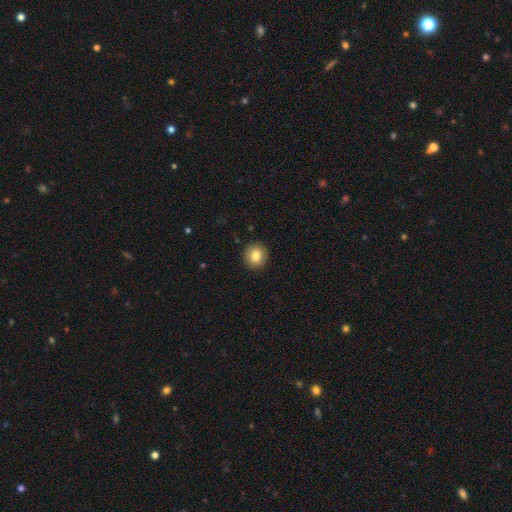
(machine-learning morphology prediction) This appears to be a smooth galaxy with no disk features (82%) that is round (89%). Merging: none (92%).